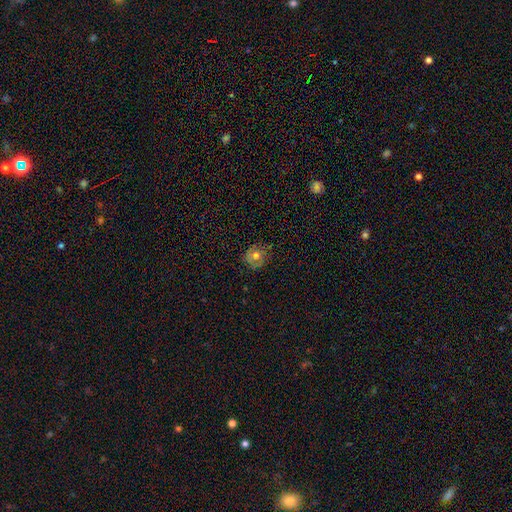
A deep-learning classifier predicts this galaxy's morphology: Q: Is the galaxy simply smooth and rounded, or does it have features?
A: smooth — 57%.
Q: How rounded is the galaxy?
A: round — 82%.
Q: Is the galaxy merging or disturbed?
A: none — 79%.